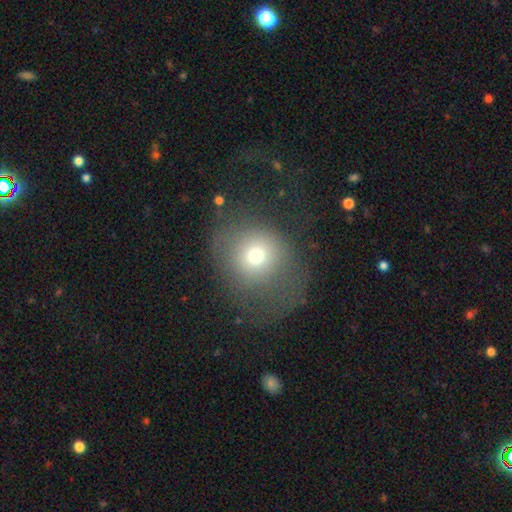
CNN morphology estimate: smooth-or-featured: smooth: 68% | featured or disk: 18% | star or artifact: 14%
  how-rounded: round: 80% | in between: 19% | cigar-shaped: 1%
  merging: none: 43% | major disturbance: 34% | minor disturbance: 20% | merger: 3%